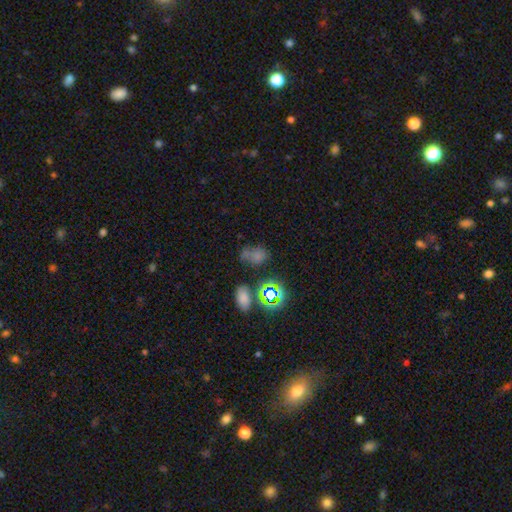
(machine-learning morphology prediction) type=smooth (59%); roundness=in between (61%); merging=none (44%).